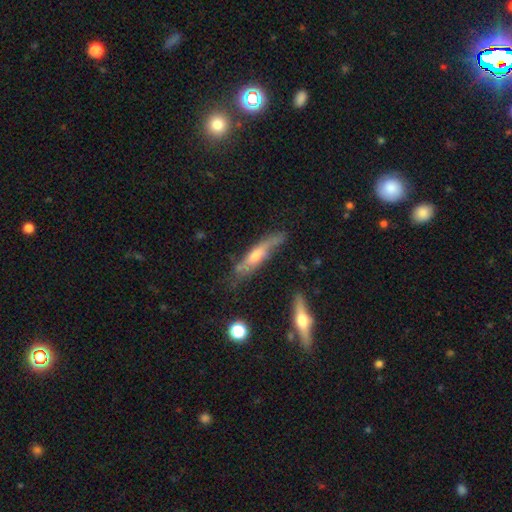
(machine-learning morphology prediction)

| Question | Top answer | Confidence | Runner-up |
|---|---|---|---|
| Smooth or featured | featured or disk | 56% | smooth (37%) |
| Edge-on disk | yes | 75% | no (25%) |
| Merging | none | 59% | minor disturbance (28%) |